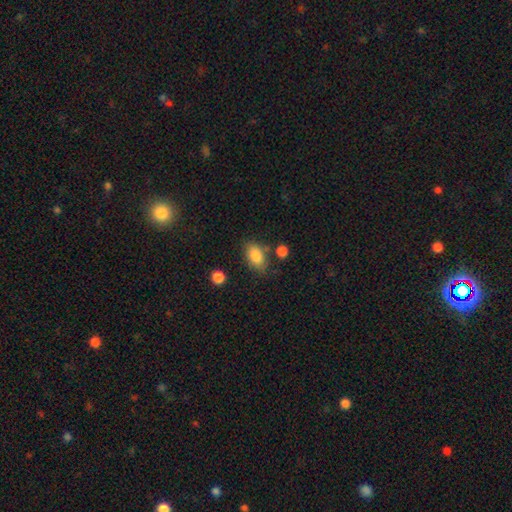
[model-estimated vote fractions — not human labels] Smooth or featured: smooth — 84% (star or artifact — 8%)
How rounded: in between — 87% (round — 11%)
Merging: none — 71% (minor disturbance — 17%)